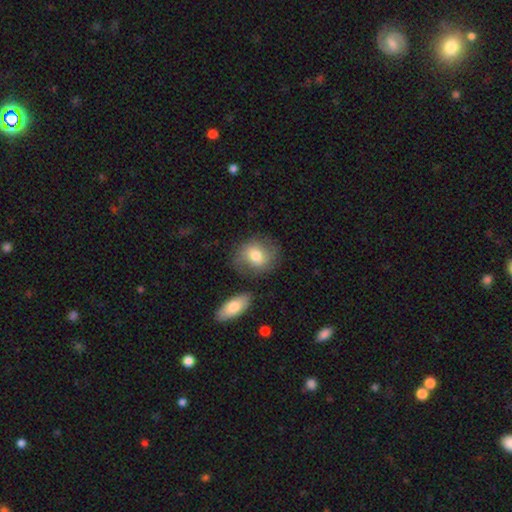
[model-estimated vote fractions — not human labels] A smooth galaxy with no disk features (66%) that is round (63%).

Vote fractions:
- Smooth or featured? smooth: 66% / featured or disk: 27% / star or artifact: 7%
- How rounded? round: 63% / in between: 36% / cigar-shaped: 2%
- Merging? none: 71% / minor disturbance: 17% / merger: 6% / major disturbance: 6%